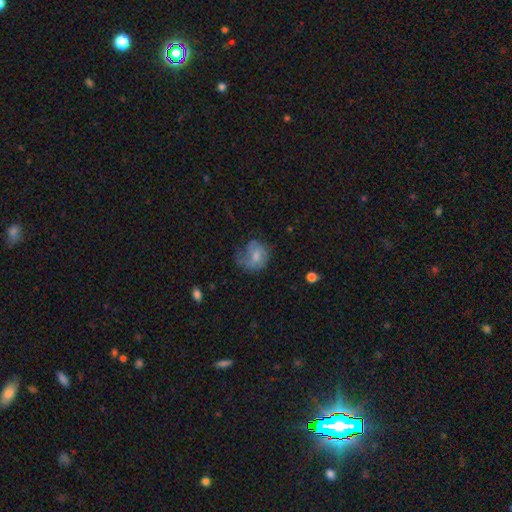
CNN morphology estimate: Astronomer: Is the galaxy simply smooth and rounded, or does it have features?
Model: smooth — 54% (runner-up: featured or disk, 37%).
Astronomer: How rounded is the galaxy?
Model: round — 59% (runner-up: in between, 40%).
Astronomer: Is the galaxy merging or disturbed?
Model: none — 37% (runner-up: major disturbance, 31%).